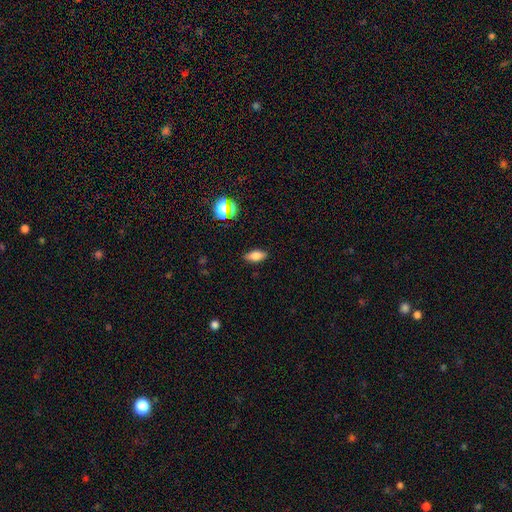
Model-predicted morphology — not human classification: type=smooth (70%); roundness=in between (80%); merging=none (87%).